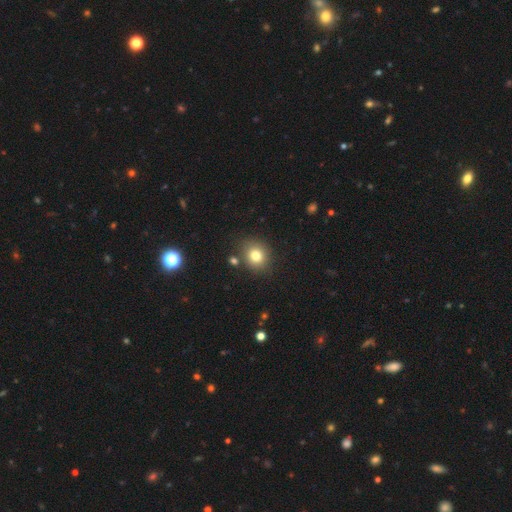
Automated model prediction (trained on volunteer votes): A smooth galaxy with no disk features (79%) that is round (79%).

Vote fractions:
- Smooth or featured? smooth: 79% / star or artifact: 13% / featured or disk: 9%
- How rounded? round: 79% / in between: 21% / cigar-shaped: 1%
- Merging? none: 82% / minor disturbance: 9% / merger: 6% / major disturbance: 3%